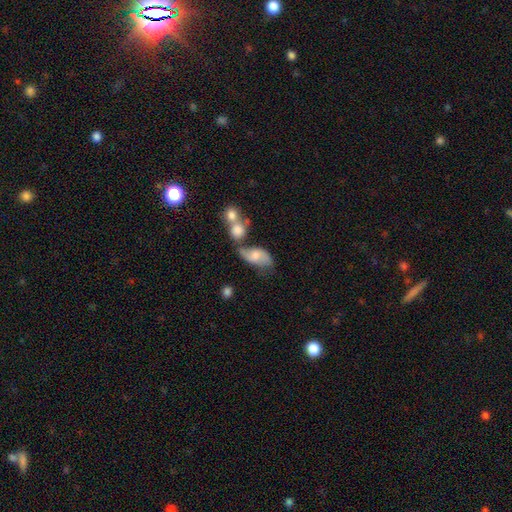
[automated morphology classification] featured or disk 50%, smooth 42%, star or artifact 8%. Down the decision tree: merging — none (35%).